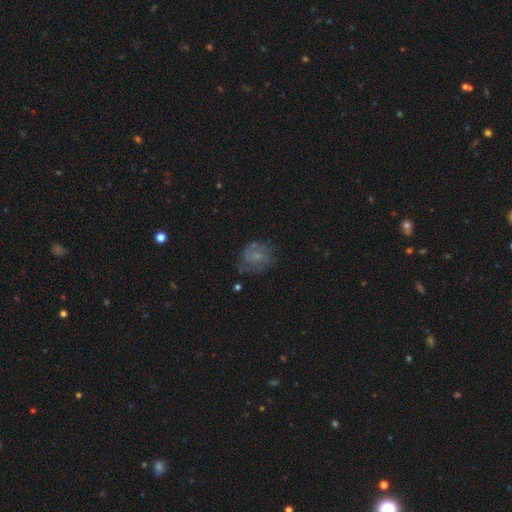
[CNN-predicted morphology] smooth-or-featured: smooth: 44% (tied) | featured or disk: 44% (tied) | star or artifact: 12%
  merging: none: 58% | minor disturbance: 23% | major disturbance: 16% | merger: 2%